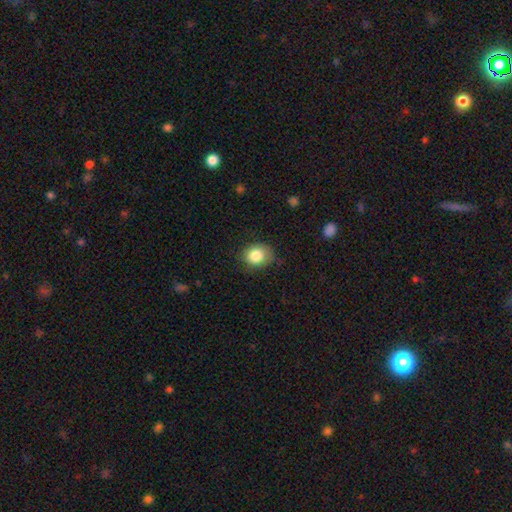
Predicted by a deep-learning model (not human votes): smooth_or_featured: smooth (p=0.84) [alt: star or artifact p=0.10]
how_rounded: round (p=0.65) [alt: in between p=0.34]
merging: none (p=0.73) [alt: minor disturbance p=0.21]